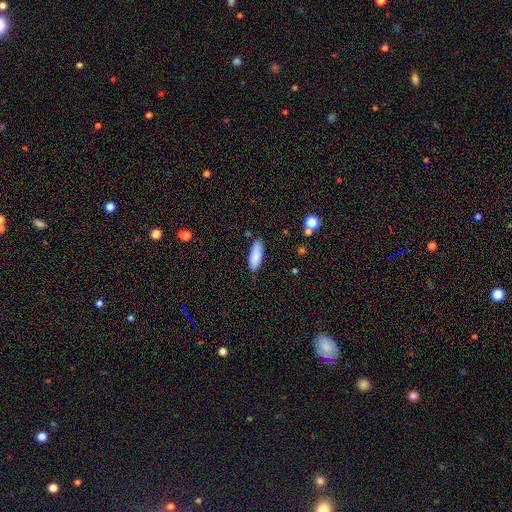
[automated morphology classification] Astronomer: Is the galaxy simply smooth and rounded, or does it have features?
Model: smooth — 87%.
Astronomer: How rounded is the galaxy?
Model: in between — 65%.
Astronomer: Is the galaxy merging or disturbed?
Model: none — 84%.